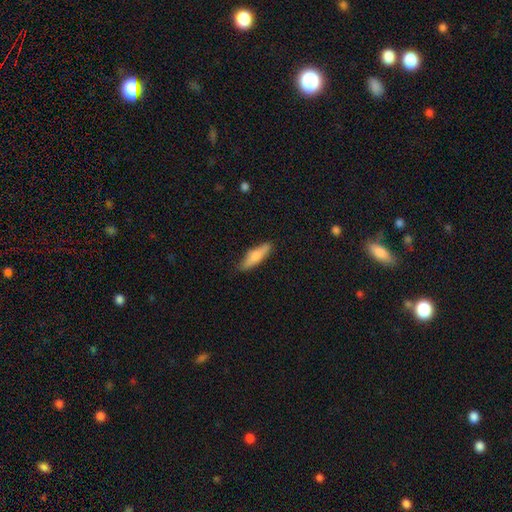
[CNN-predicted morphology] This appears to be a smooth galaxy with no disk features (69%) that is cigar-shaped (67%). Merging: none (84%).